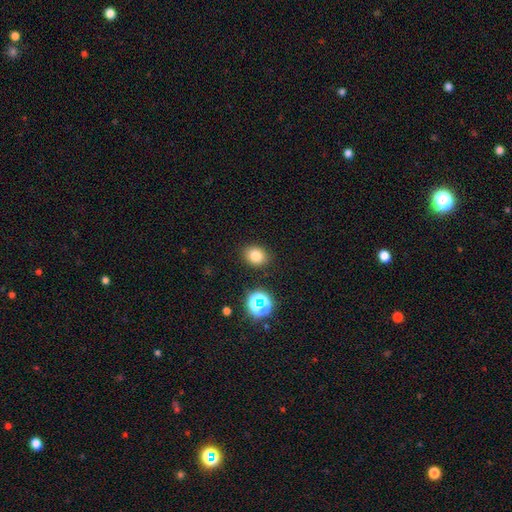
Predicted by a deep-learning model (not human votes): smooth 78%, star or artifact 15%, featured or disk 7%. Down the decision tree: how rounded — round (53%); merging — none (87%).